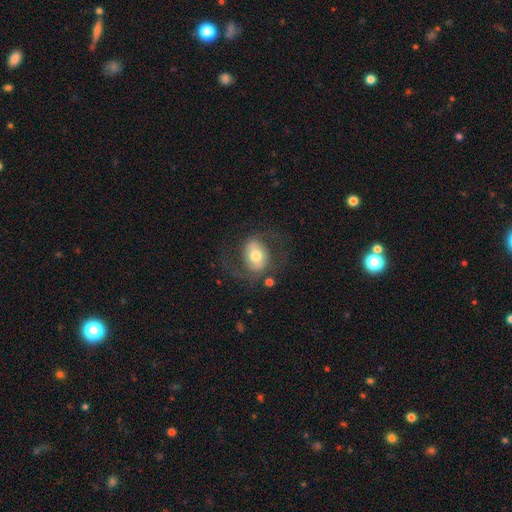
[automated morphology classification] type=featured or disk (54%); edge-on=no (94%); bar=weak (36%); spiral arms=yes (64%); bulge=moderate (67%); merging=none (62%).